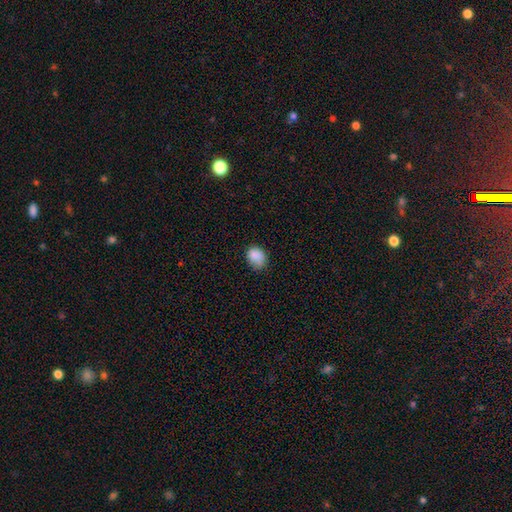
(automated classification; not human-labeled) Q: Smooth or featured?
A: smooth (87%); runner-up: star or artifact (9%)
Q: How rounded?
A: in between (54%); runner-up: round (45%)
Q: Merging?
A: none (65%); runner-up: minor disturbance (28%)